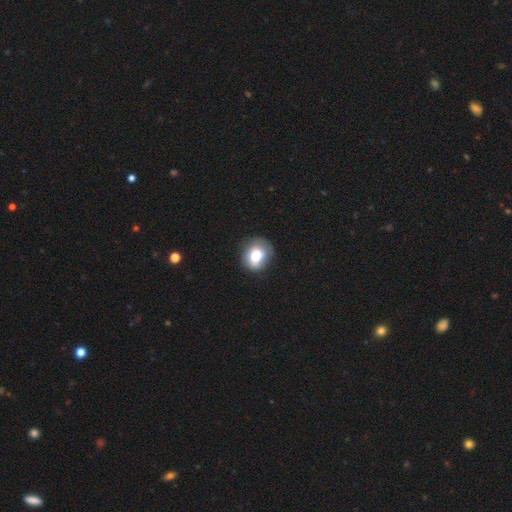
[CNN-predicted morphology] The model was most divided on "how rounded": round: 66%, in between: 33%, cigar-shaped: 1%. More confident: smooth or featured — smooth (73%); merging — none (71%).